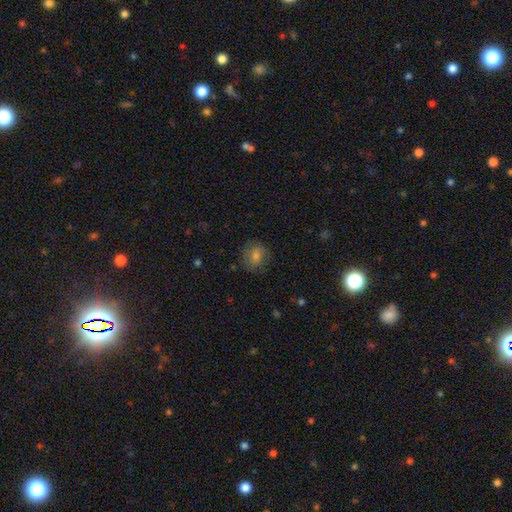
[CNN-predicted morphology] Q: Smooth or featured?
A: smooth (69%); runner-up: featured or disk (17%)
Q: How rounded?
A: round (73%); runner-up: in between (26%)
Q: Merging?
A: none (80%); runner-up: minor disturbance (15%)